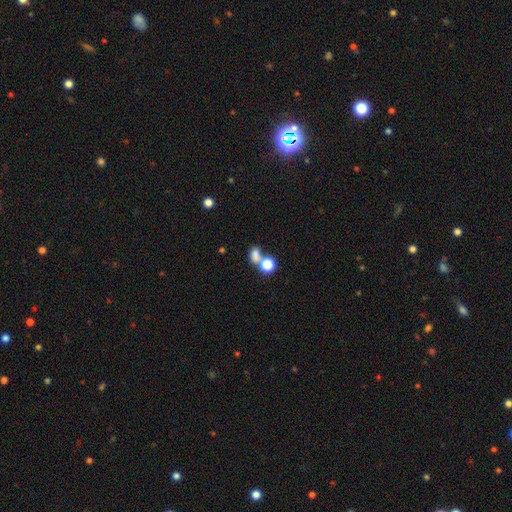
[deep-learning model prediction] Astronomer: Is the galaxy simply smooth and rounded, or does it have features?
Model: smooth — 75%.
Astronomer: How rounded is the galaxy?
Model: in between — 59% (runner-up: round, 39%).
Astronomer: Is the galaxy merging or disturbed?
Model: merger — 51% (runner-up: none, 34%).